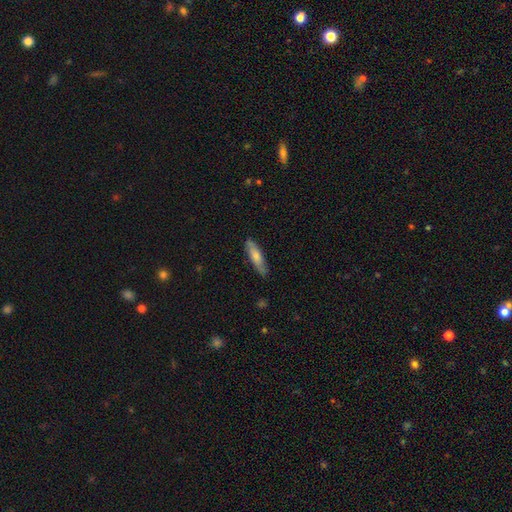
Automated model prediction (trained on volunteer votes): This is likely a smooth galaxy (68%). How rounded: likely cigar-shaped (70%). Merging: clearly none (80%).